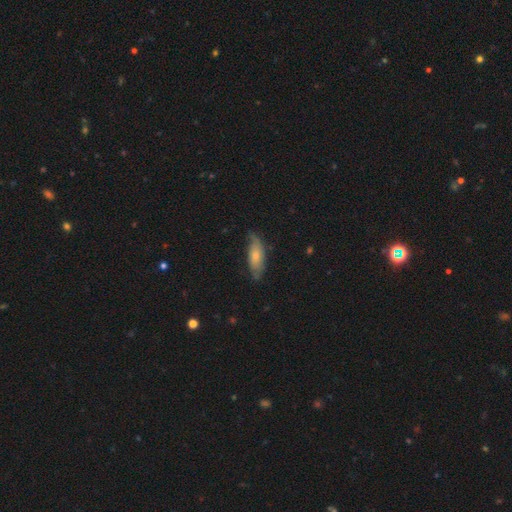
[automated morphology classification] The model was most divided on "smooth or featured": smooth: 63%, featured or disk: 31%, star or artifact: 6%. More confident: how rounded — in between (68%); merging — none (65%).